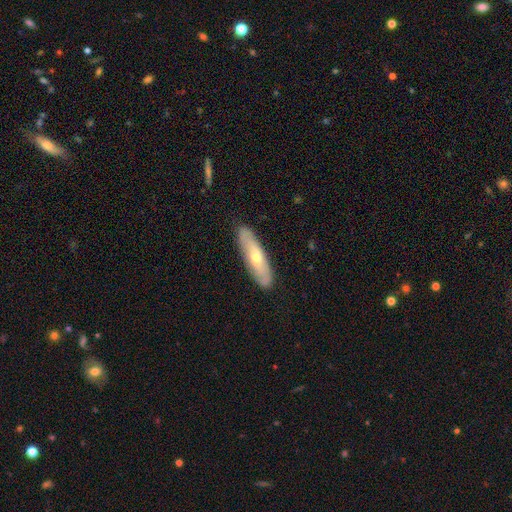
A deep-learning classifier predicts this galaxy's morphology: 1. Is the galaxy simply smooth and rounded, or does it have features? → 50% featured or disk, 44% smooth, 6% star or artifact.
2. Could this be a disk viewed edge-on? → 57% no, 43% yes.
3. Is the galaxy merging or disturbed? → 87% none, 10% minor disturbance, 2% major disturbance, 1% merger.